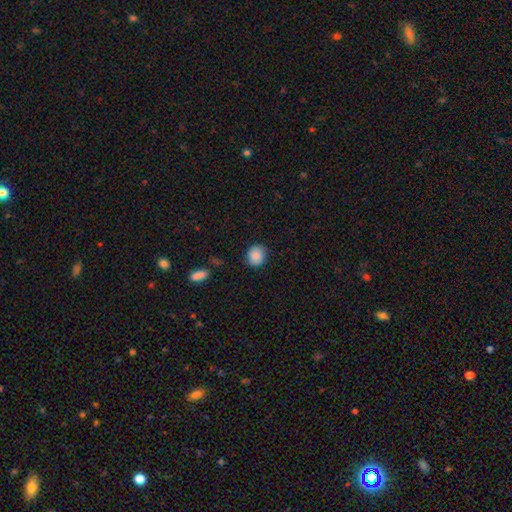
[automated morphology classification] smooth 87%, star or artifact 8%, featured or disk 5%. Down the decision tree: how rounded — round (74%); merging — none (81%).